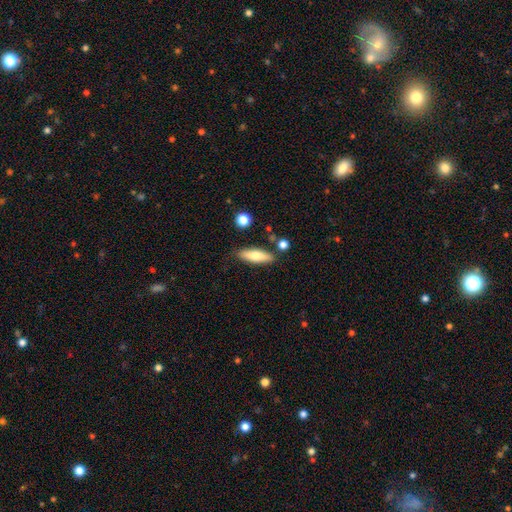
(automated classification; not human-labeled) A smooth galaxy with no disk features (70%) that is cigar-shaped (52%).

Vote fractions:
- Smooth or featured? smooth: 70% / featured or disk: 24% / star or artifact: 6%
- How rounded? cigar-shaped: 52% / in between: 45% / round: 2%
- Merging? none: 82% / minor disturbance: 12% / merger: 4% / major disturbance: 3%